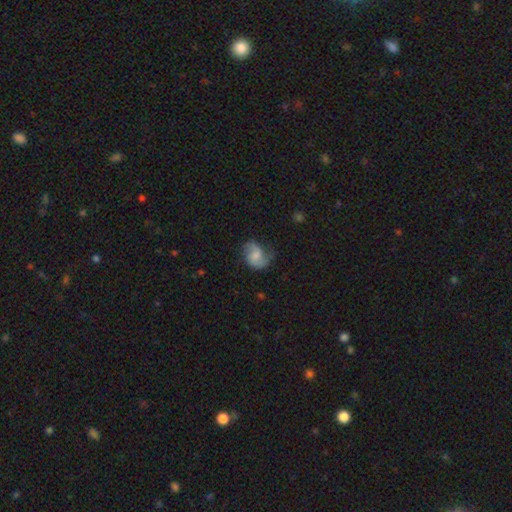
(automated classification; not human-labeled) A featured or disk galaxy (57%) with no bar (57%), 2 (77%) loose (42%, tied with medium) spiral arms (90%) and a small central bulge (34%, tied with moderate).

Vote fractions:
- Smooth or featured? featured or disk: 57% / smooth: 35% / star or artifact: 7%
- Edge-on disk? no: 98% / yes: 2%
- Bar? no: 57% / weak: 36% / strong: 7%
- Spiral arms? yes: 90% / no: 10%
- Spiral winding? loose: 42% (tied) / medium: 42% (tied) / tight: 15%
- Spiral arm count? 2: 77% / 1: 13% / can't tell: 7% / 3: 1% / 4: 1% / more than 4: 1%
- Bulge size? small: 34% (tied) / moderate: 34% (tied) / none: 22% / large: 8% / dominant: 2%
- Merging? none: 51% / minor disturbance: 29% / major disturbance: 18% / merger: 2%